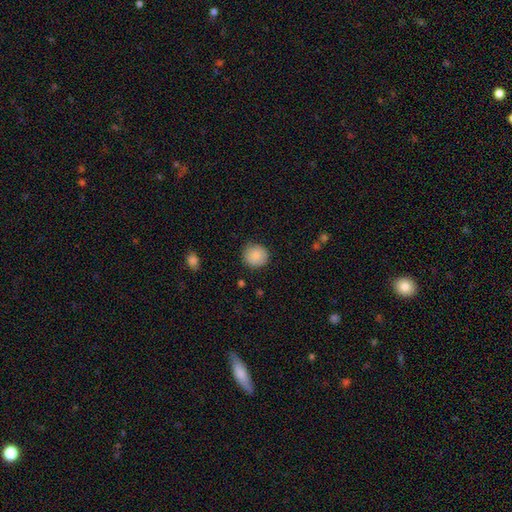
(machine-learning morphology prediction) A smooth galaxy with no disk features (84%) that is round (92%). Merging: none (86%).